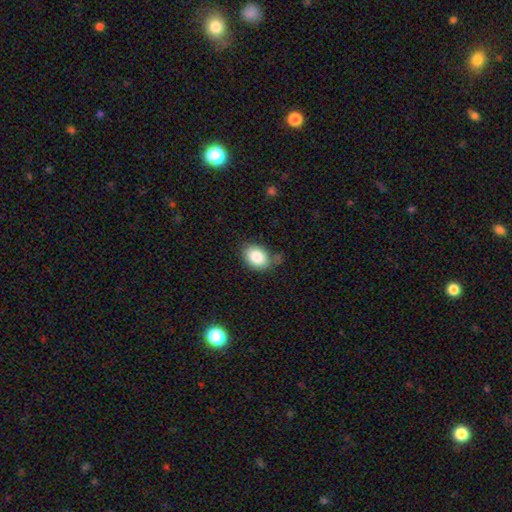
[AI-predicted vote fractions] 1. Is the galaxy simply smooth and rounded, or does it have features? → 86% smooth, 8% star or artifact, 6% featured or disk.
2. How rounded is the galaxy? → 75% in between, 24% round, 1% cigar-shaped.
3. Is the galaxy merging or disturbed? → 71% none, 20% minor disturbance, 5% major disturbance, 4% merger.